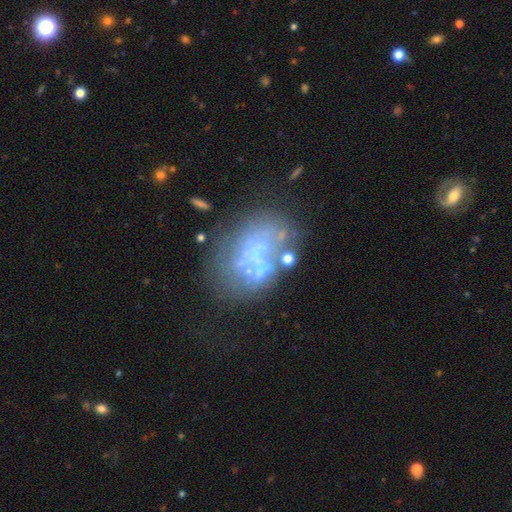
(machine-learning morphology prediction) Overall: featured or disk (58%; smooth 26%). Edge-on disk: no (98%). Bar: no (88%). Spiral arms: no (91%). Bulge size: none (77%). Merging: none (37%; major disturbance 28%).